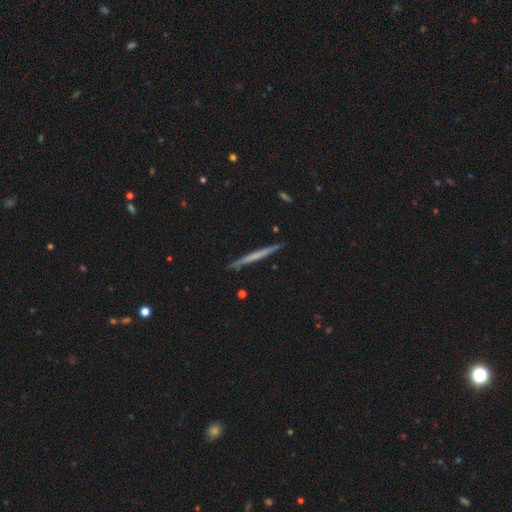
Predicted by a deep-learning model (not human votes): A featured or disk galaxy (48%). Merging: none (91%).